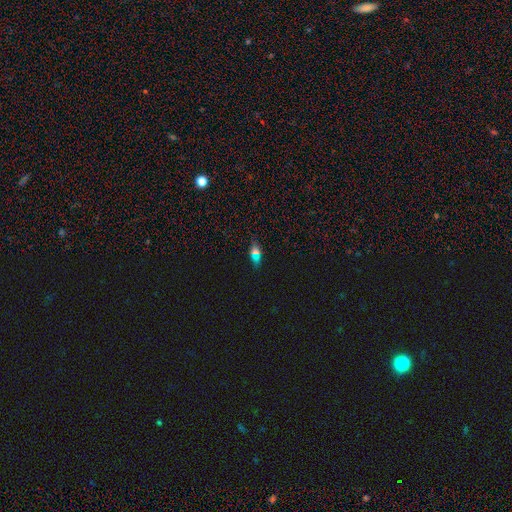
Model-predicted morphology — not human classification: Smooth or featured: smooth — 59% (featured or disk — 21%)
How rounded: in between — 72% (cigar-shaped — 18%)
Merging: none — 78% (minor disturbance — 15%)